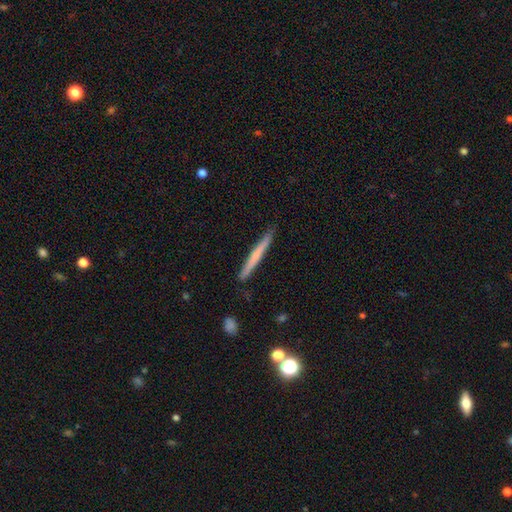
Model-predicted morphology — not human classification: Smooth or featured? smooth (51%)
How rounded? cigar-shaped (97%)
Merging? none (88%)